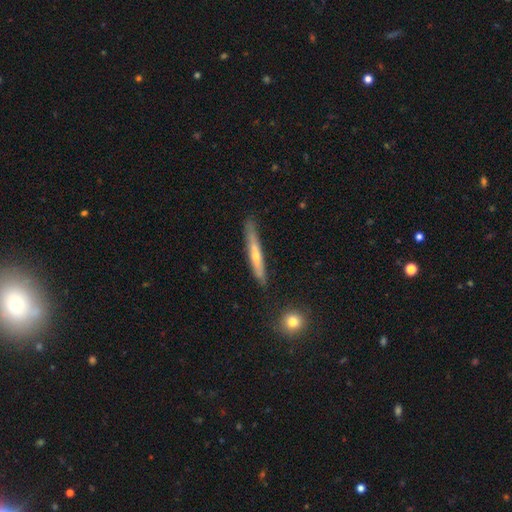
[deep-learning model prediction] smooth-or-featured: featured or disk: 60% | smooth: 31% | star or artifact: 8%
  disk-edge-on: yes: 94% | no: 6%
    edge-on-bulge: rounded: 72% | none: 24% | boxy: 4%
  merging: none: 82% | minor disturbance: 13% | major disturbance: 3% | merger: 2%